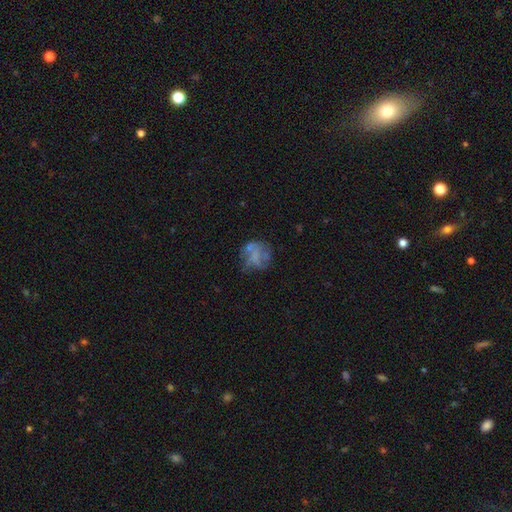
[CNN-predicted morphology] The model was most divided on "smooth or featured": featured or disk: 44%, smooth: 43%, star or artifact: 13%. Remaining: merging — none (50%).